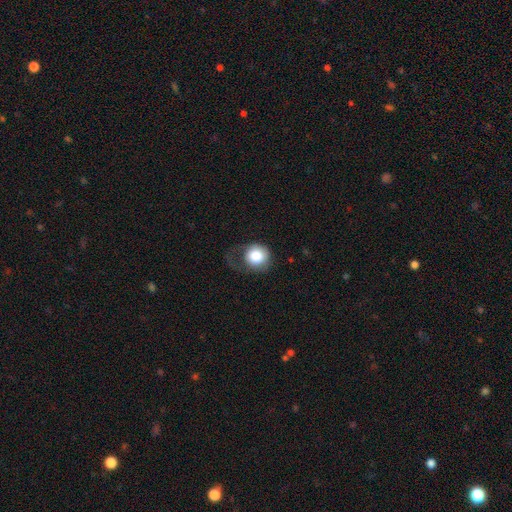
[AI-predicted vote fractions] A smooth galaxy with no disk features (80%) that is round (82%).

Vote fractions:
- Smooth or featured? smooth: 80% / featured or disk: 12% / star or artifact: 8%
- How rounded? round: 82% / in between: 17% / cigar-shaped: 1%
- Merging? none: 36% / major disturbance: 34% / minor disturbance: 28% / merger: 2%